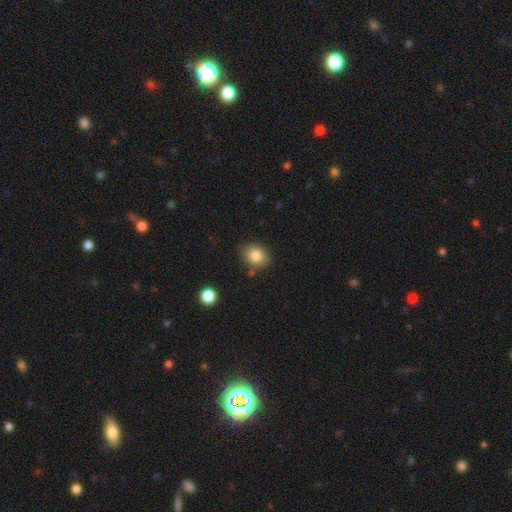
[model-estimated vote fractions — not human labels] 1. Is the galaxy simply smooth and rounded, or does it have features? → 83% smooth, 9% star or artifact, 8% featured or disk.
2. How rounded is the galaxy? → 51% round, 48% in between, 1% cigar-shaped.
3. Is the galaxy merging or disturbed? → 81% none, 13% minor disturbance, 4% merger, 3% major disturbance.